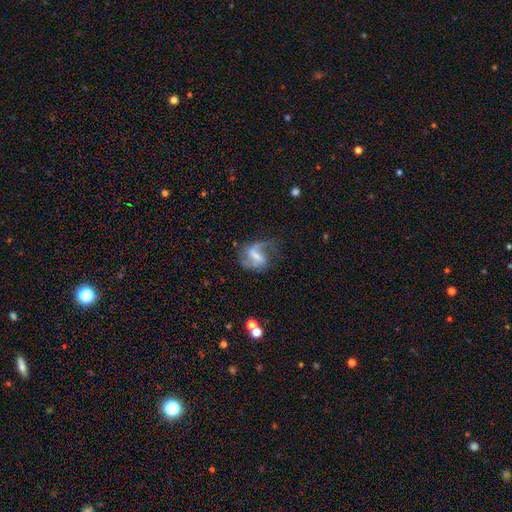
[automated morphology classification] Overall: featured or disk (76%). Edge-on disk: no (97%). Bar: strong (47%; weak 40%). Spiral arms: yes (89%). Spiral arm count: 2 (74%). Spiral winding: loose (50%; medium 38%). Bulge size: none (34%; small 33%). Merging: none (52%; major disturbance 23%).